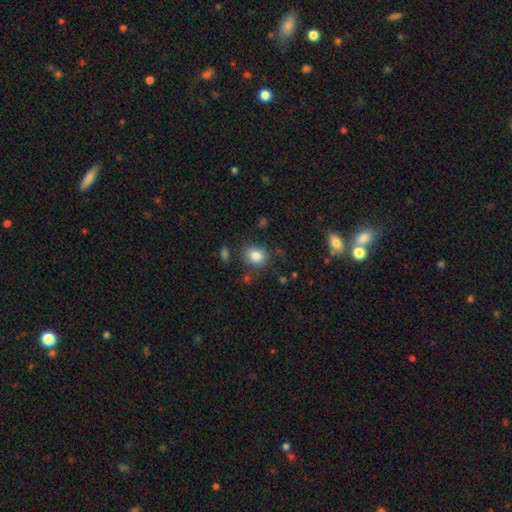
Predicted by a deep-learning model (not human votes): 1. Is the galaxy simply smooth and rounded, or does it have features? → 84% smooth, 10% star or artifact, 6% featured or disk.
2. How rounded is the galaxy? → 66% round, 33% in between, 1% cigar-shaped.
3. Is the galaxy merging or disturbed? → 79% none, 13% minor disturbance, 4% major disturbance, 4% merger.